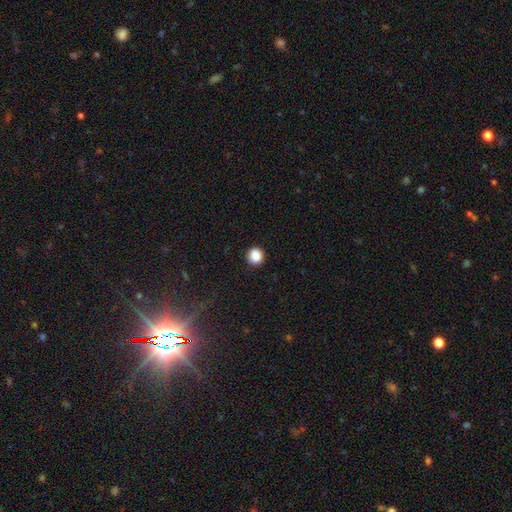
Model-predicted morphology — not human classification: smooth_or_featured: smooth (p=0.87) [alt: star or artifact p=0.10]
how_rounded: round (p=0.90) [alt: in between p=0.09]
merging: none (p=0.92) [alt: minor disturbance p=0.06]